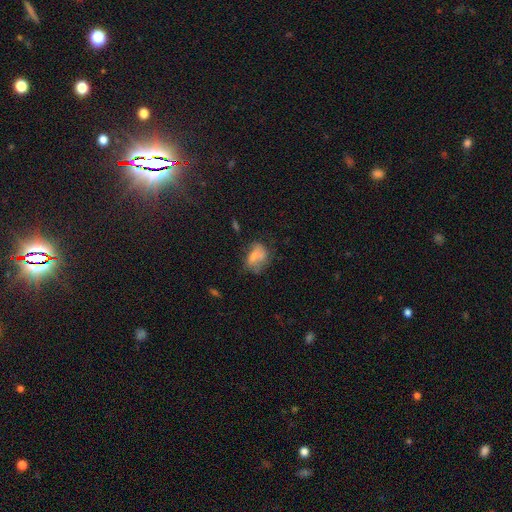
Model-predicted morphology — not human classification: Smooth or featured: smooth — 61% (featured or disk — 27%)
How rounded: in between — 76% (round — 21%)
Merging: none — 37% (minor disturbance — 27%)